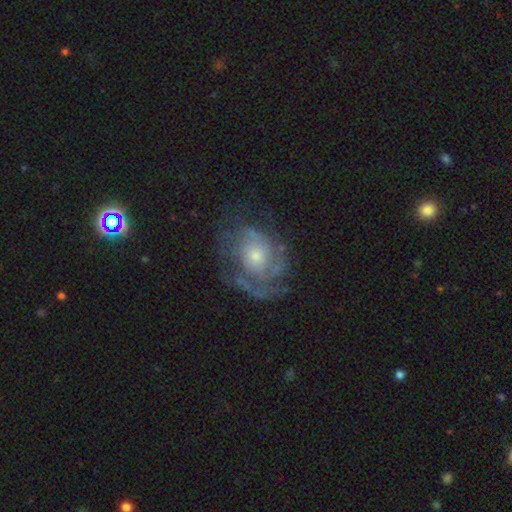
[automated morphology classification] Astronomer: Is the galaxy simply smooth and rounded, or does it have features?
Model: featured or disk — 76%.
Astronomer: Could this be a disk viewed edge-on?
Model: no — 97%.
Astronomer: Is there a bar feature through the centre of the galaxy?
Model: no — 81%.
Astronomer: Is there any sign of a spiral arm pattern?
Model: yes — 83%.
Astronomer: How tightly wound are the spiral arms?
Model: tight — 51% (runner-up: medium, 34%).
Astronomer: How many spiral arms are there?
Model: can't tell — 41% (runner-up: 2, 24%).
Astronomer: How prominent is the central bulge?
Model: moderate — 46% (runner-up: small, 45%).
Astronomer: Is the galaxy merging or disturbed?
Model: none — 58%.